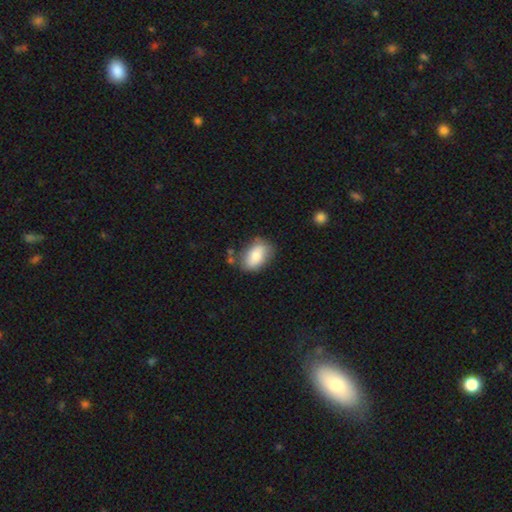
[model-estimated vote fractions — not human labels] Smooth or featured? Predicted: smooth (p=0.75). How rounded? Predicted: in between (p=0.88). Merging? Predicted: none (p=0.67).